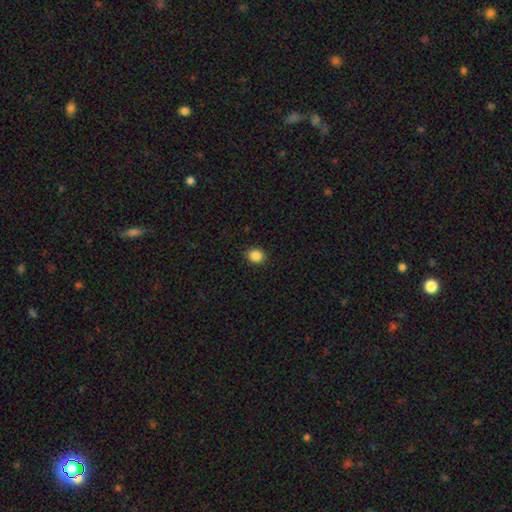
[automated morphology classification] This is clearly a smooth galaxy (87%). How rounded: likely round (72%). Merging: clearly none (91%).